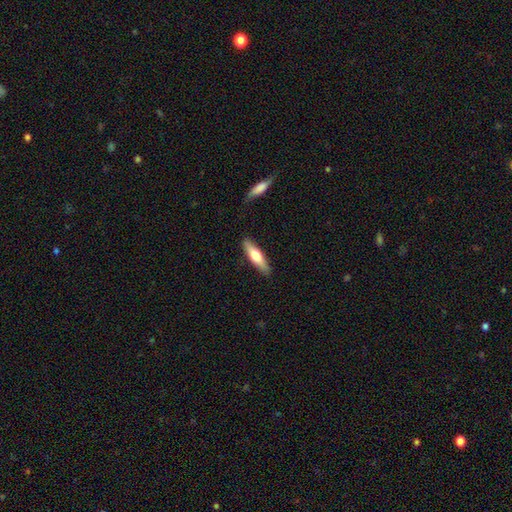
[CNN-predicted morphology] Smooth or featured?
  - smooth: 58% *
  - featured or disk: 37%
  - star or artifact: 5%
How rounded?
  - cigar-shaped: 73% *
  - in between: 26%
  - round: 2%
Merging?
  - none: 88% *
  - minor disturbance: 9%
  - major disturbance: 2%
  - merger: 2%